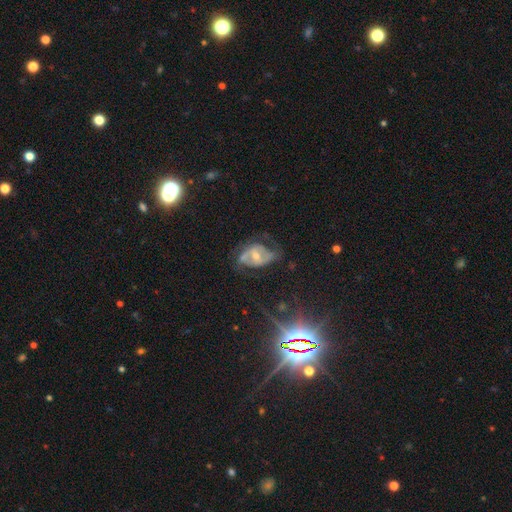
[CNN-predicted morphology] A featured or disk galaxy (69%) with a weak bar (40%), spiral arms (67%) and a moderate central bulge (56%). Merging: none (45%).